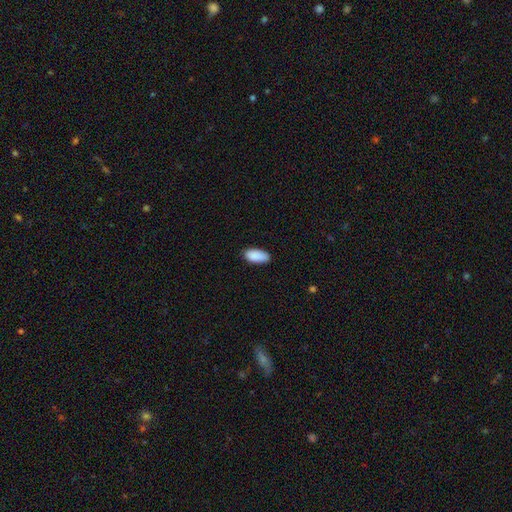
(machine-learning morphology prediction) The model was most divided on "merging": none: 82%, minor disturbance: 14%, major disturbance: 2%, merger: 1%. More confident: how rounded — in between (92%); smooth or featured — smooth (90%).